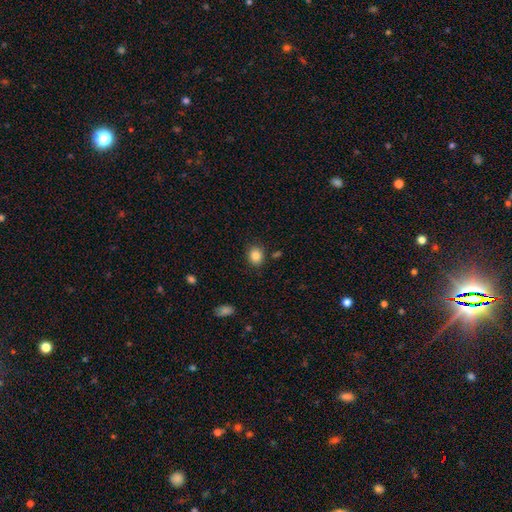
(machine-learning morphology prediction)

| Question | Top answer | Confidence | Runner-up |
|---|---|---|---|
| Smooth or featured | smooth | 85% | star or artifact (10%) |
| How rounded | round | 64% | in between (35%) |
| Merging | none | 84% | minor disturbance (10%) |